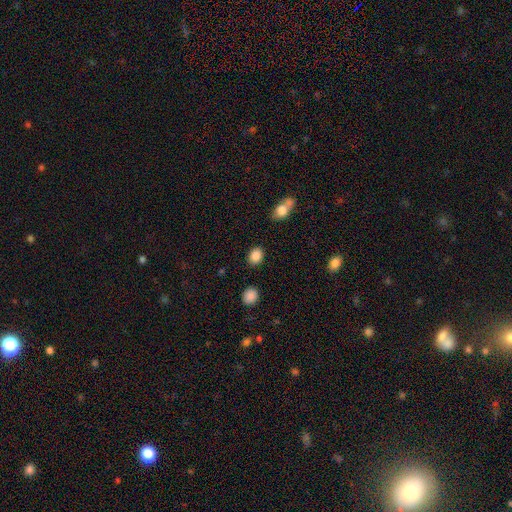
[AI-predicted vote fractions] Morphology: type=smooth (87%); roundness=in between (57%); merging=none (85%).